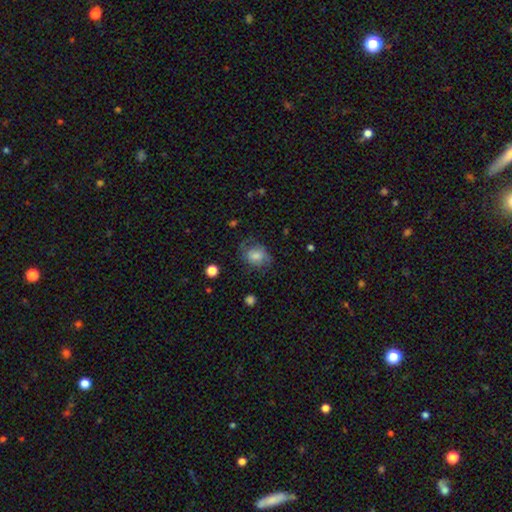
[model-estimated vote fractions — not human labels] Q: Smooth or featured?
A: smooth (62%); runner-up: featured or disk (27%)
Q: How rounded?
A: in between (51%); runner-up: round (47%)
Q: Merging?
A: none (60%); runner-up: minor disturbance (24%)